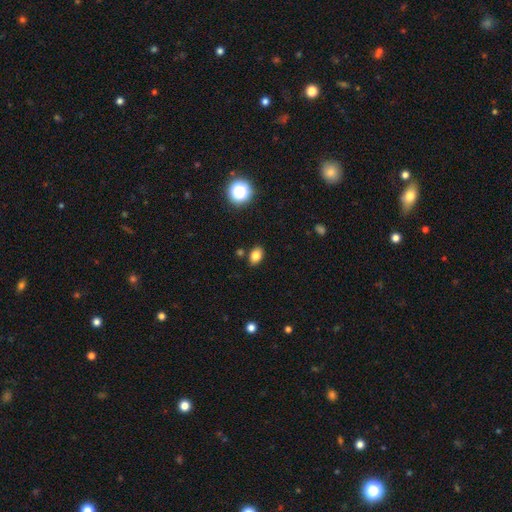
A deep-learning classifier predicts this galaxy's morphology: smooth-or-featured: smooth: 80% | star or artifact: 13% | featured or disk: 8%
  how-rounded: in between: 79% | round: 20% | cigar-shaped: 1%
  merging: none: 84% | minor disturbance: 10% | merger: 4% | major disturbance: 2%